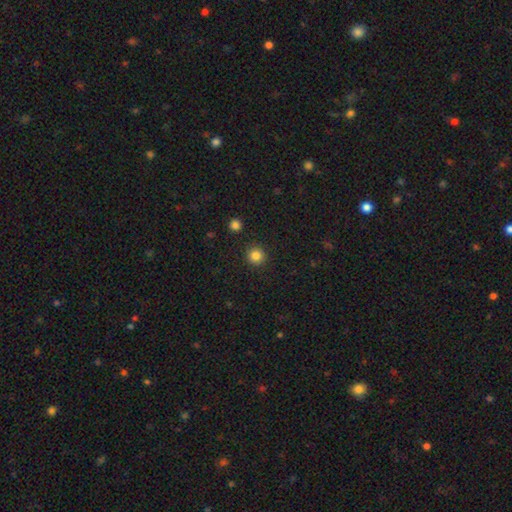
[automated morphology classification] type=smooth (84%); roundness=round (95%); merging=none (92%).